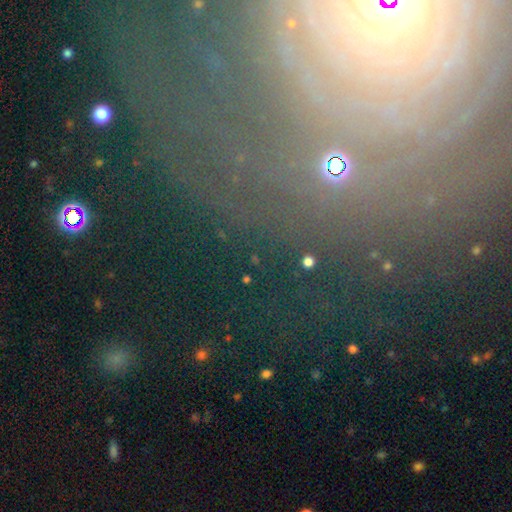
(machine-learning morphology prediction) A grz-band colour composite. It shows a featured or disk galaxy (51%). Merging: none (76%).